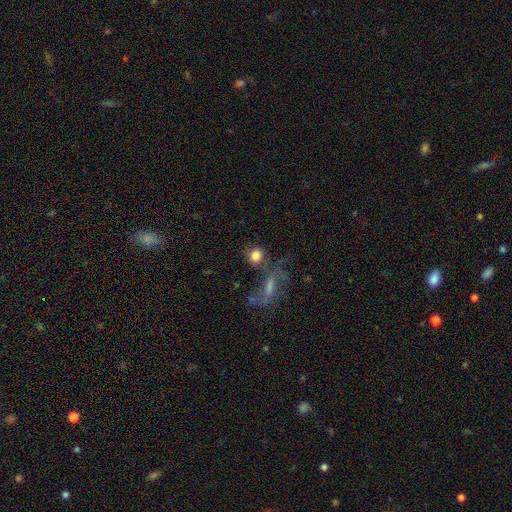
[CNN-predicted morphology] The model was most divided on "merging": none: 60%, merger: 19%, minor disturbance: 13%, major disturbance: 8%. More confident: smooth or featured — smooth (78%); how rounded — round (76%).